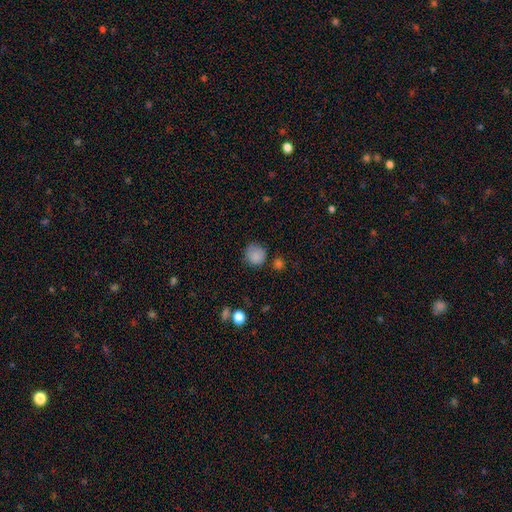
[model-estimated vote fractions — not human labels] A smooth galaxy with no disk features (83%) that is round (83%).

Vote fractions:
- Smooth or featured? smooth: 83% / star or artifact: 11% / featured or disk: 6%
- How rounded? round: 83% / in between: 16% / cigar-shaped: 1%
- Merging? none: 70% / minor disturbance: 21% / major disturbance: 5% / merger: 4%